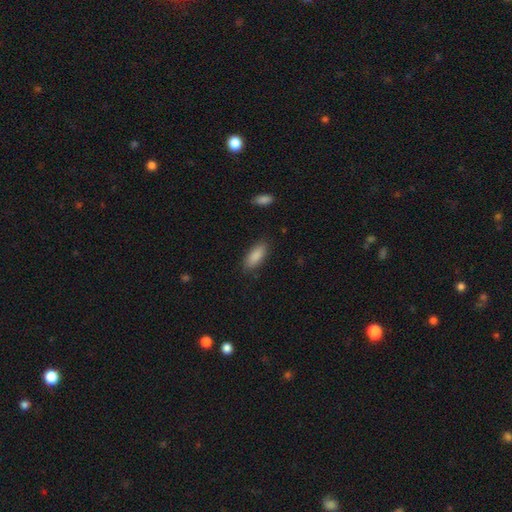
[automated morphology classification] Q: Smooth or featured?
A: smooth (88%); runner-up: star or artifact (7%)
Q: How rounded?
A: in between (79%); runner-up: cigar-shaped (19%)
Q: Merging?
A: none (84%); runner-up: minor disturbance (11%)